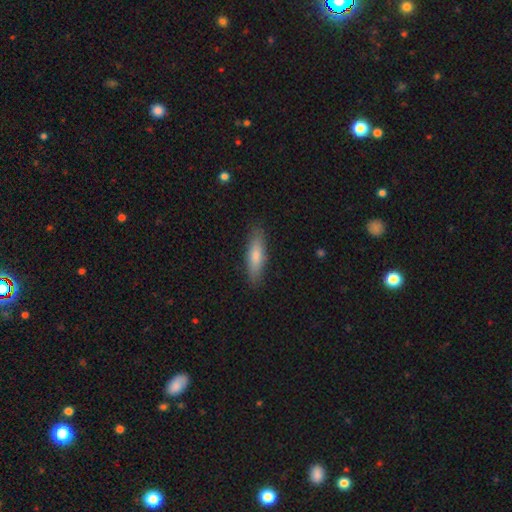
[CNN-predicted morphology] type=smooth (72%); roundness=cigar-shaped (70%); merging=none (87%).